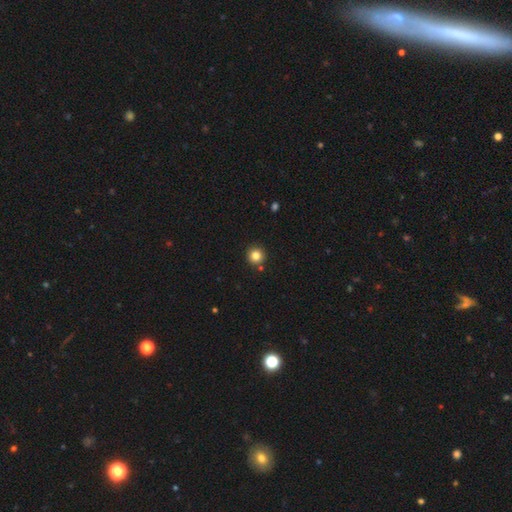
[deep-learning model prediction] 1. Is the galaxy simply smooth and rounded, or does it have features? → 83% smooth, 12% star or artifact, 5% featured or disk.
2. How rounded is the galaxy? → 95% round, 4% in between, 1% cigar-shaped.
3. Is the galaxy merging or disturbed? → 87% none, 7% minor disturbance, 4% merger, 2% major disturbance.